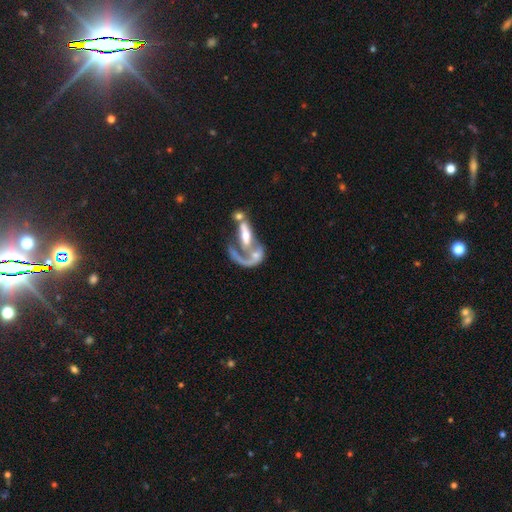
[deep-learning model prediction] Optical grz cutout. It shows a featured or disk galaxy (69%) with no bar (60%), spiral arms (56%) and a moderate central bulge (45%). Merging: merger (52%).